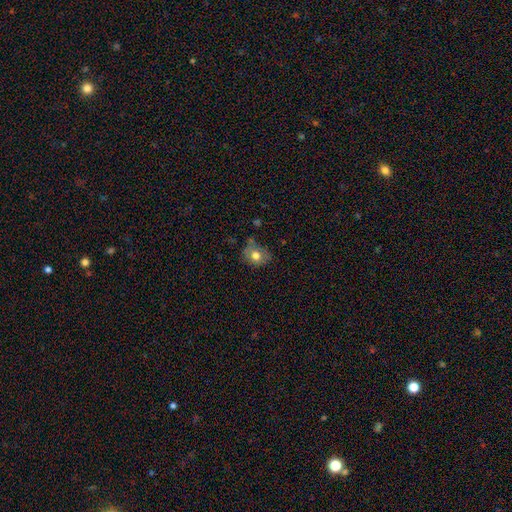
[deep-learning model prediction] This appears to be a smooth galaxy with no disk features (72%) that is round (59%). Merging: none (52%).